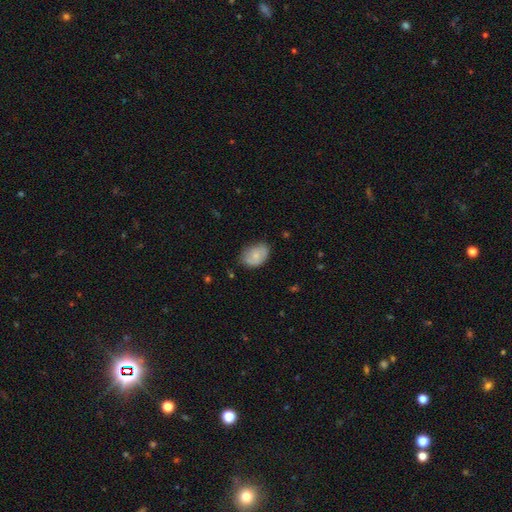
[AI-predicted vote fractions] Smooth or featured: smooth — 70% (featured or disk — 23%)
How rounded: in between — 81% (round — 18%)
Merging: none — 64% (minor disturbance — 28%)